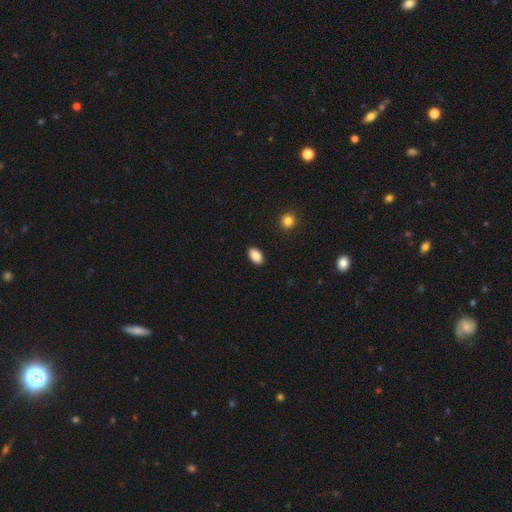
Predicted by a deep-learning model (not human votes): smooth-or-featured: smooth: 88% | star or artifact: 8% | featured or disk: 4%
  how-rounded: in between: 90% | round: 8% | cigar-shaped: 2%
  merging: none: 90% | minor disturbance: 7% | major disturbance: 2% | merger: 1%